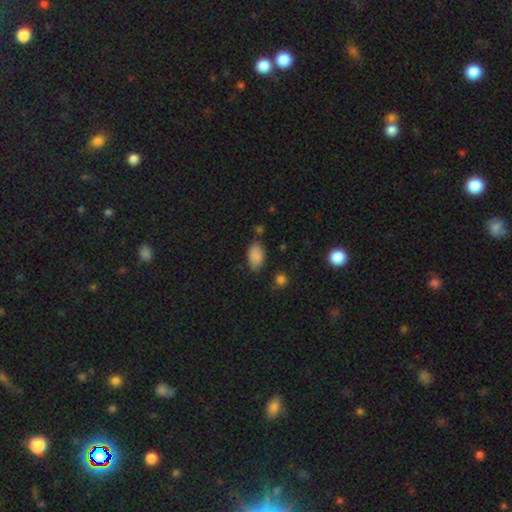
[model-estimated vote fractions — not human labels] Smooth or featured: smooth — 86% (star or artifact — 9%)
How rounded: in between — 92% (round — 6%)
Merging: none — 73% (minor disturbance — 19%)